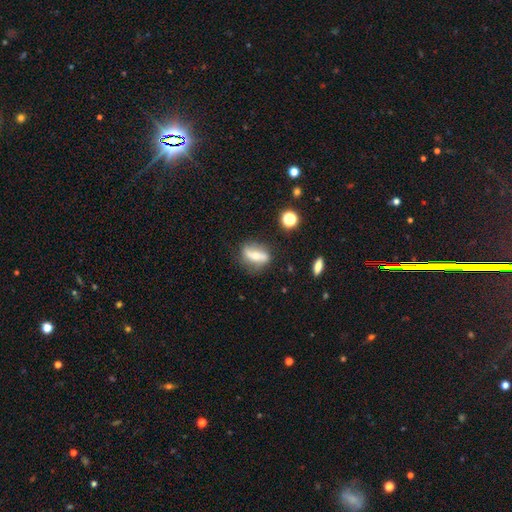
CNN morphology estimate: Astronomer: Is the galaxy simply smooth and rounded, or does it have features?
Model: featured or disk — 53% (runner-up: smooth, 38%).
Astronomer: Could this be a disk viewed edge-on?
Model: no — 72%.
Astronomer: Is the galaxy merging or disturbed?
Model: none — 66%.